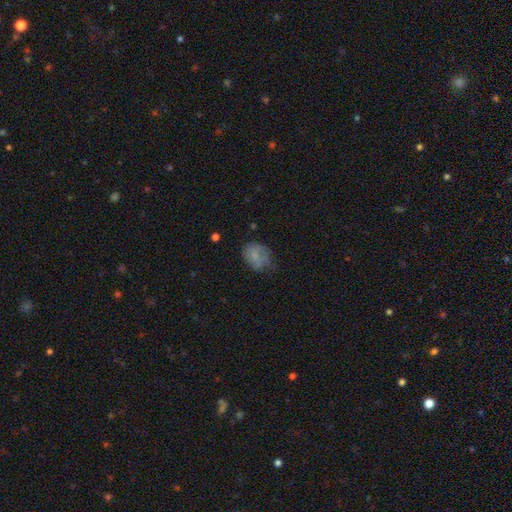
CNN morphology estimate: smooth_or_featured: smooth (p=0.70) [alt: featured or disk p=0.20]
how_rounded: in between (p=0.57) [alt: round p=0.42]
merging: none (p=0.48) [alt: minor disturbance p=0.32]